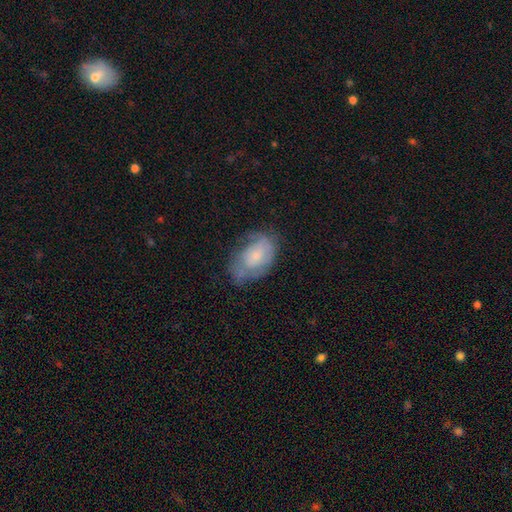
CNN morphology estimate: Smooth or featured?
  - featured or disk: 48% *
  - smooth: 44%
  - star or artifact: 8%
Merging?
  - none: 49% *
  - minor disturbance: 31%
  - major disturbance: 17%
  - merger: 3%